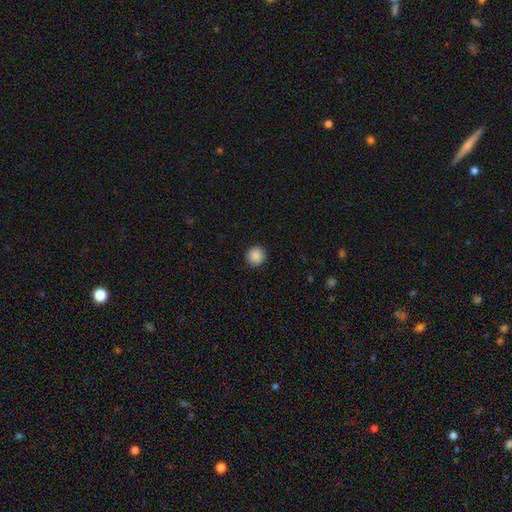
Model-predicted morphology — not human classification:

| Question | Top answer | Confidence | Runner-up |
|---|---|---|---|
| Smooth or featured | smooth | 88% | star or artifact (9%) |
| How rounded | round | 91% | in between (8%) |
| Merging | none | 91% | minor disturbance (6%) |